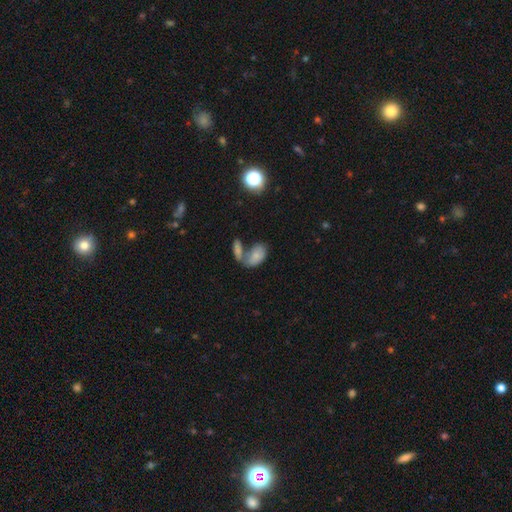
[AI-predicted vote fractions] Smooth or featured: smooth — 72% (featured or disk — 17%)
How rounded: in between — 91% (round — 6%)
Merging: merger — 55% (none — 27%)